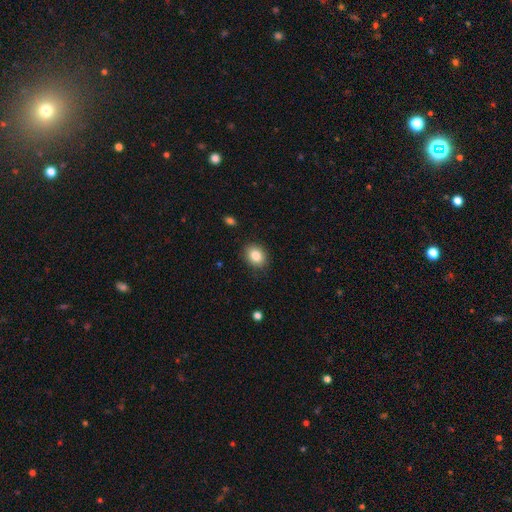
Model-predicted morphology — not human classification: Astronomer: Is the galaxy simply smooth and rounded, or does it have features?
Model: smooth — 85%.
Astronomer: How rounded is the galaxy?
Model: round — 51% (runner-up: in between, 48%).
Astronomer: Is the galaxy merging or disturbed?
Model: none — 87%.